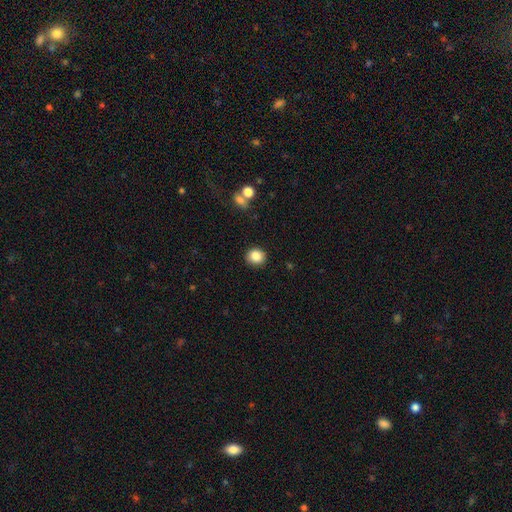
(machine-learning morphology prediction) Overall: smooth (86%). How rounded: round (80%). Merging: none (87%).